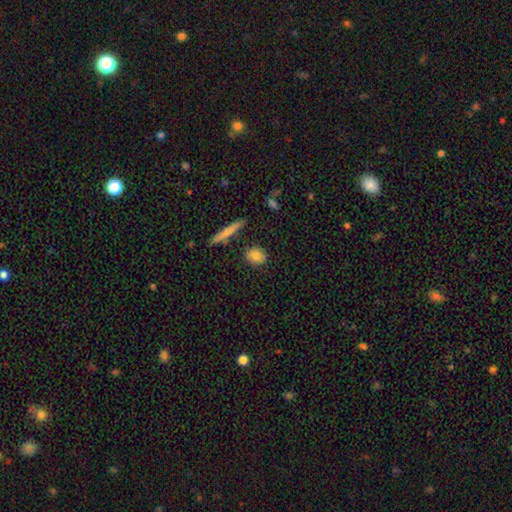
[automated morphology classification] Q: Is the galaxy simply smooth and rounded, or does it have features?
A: smooth — 82%.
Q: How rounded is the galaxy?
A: round — 64%.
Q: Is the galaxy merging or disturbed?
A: none — 85%.